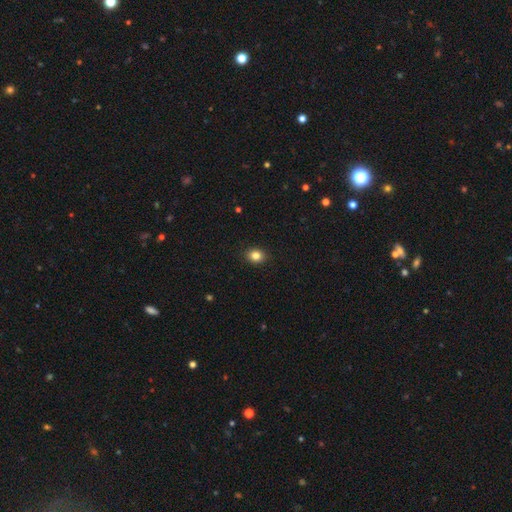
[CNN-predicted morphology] A smooth galaxy with no disk features (84%) that is round (63%).

Vote fractions:
- Smooth or featured? smooth: 84% / star or artifact: 11% / featured or disk: 5%
- How rounded? round: 63% / in between: 36% / cigar-shaped: 1%
- Merging? none: 91% / minor disturbance: 6% / major disturbance: 2% / merger: 1%